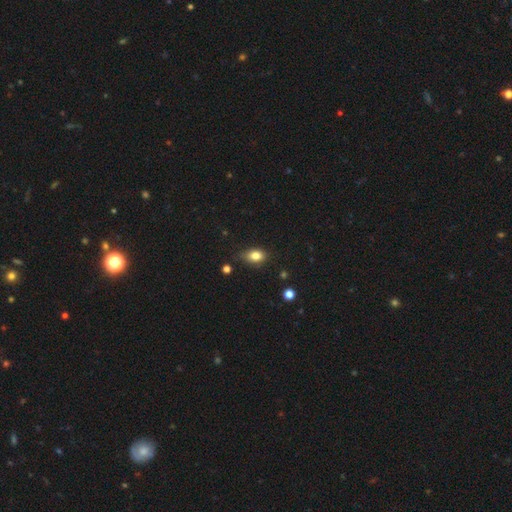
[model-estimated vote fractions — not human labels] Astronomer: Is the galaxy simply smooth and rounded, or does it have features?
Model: smooth — 81%.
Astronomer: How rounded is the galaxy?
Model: in between — 79%.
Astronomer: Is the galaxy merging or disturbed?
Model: none — 71%.